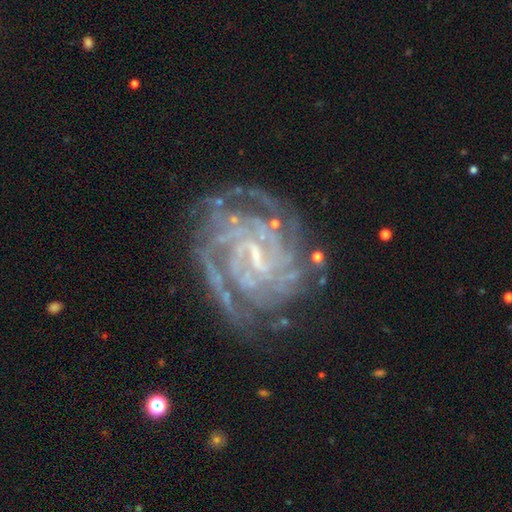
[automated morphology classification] A featured or disk galaxy (88%) with a weak bar (52%), tight (74%) spiral arms (96%) and a small central bulge (59%). Merging: none (71%).